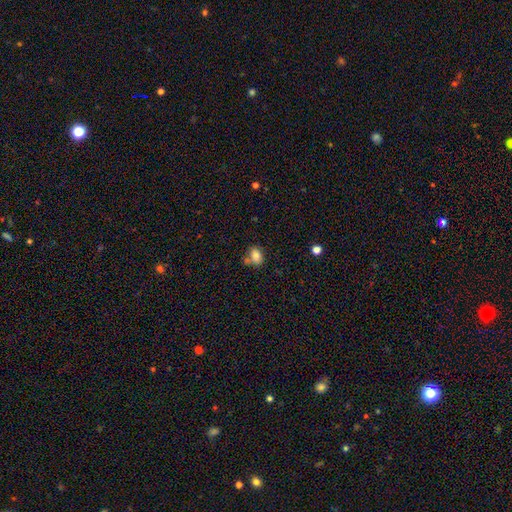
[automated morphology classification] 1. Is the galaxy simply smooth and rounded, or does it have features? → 81% smooth, 10% star or artifact, 9% featured or disk.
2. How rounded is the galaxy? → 73% in between, 25% round, 1% cigar-shaped.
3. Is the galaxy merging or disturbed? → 54% none, 22% merger, 18% minor disturbance, 5% major disturbance.